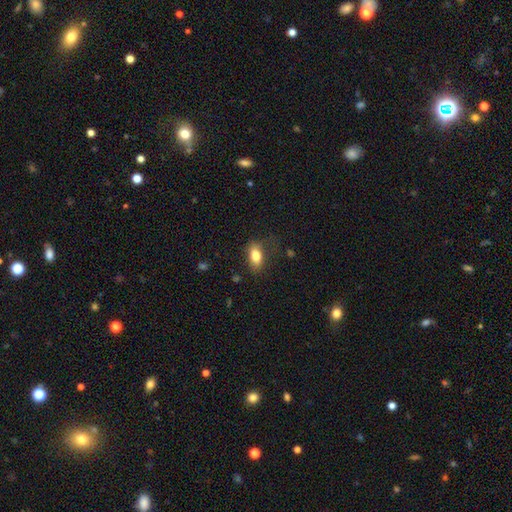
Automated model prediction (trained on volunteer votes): Smooth or featured?
  - smooth: 82% *
  - featured or disk: 10%
  - star or artifact: 8%
How rounded?
  - in between: 87% *
  - round: 9%
  - cigar-shaped: 4%
Merging?
  - none: 69% *
  - minor disturbance: 21%
  - major disturbance: 8%
  - merger: 2%